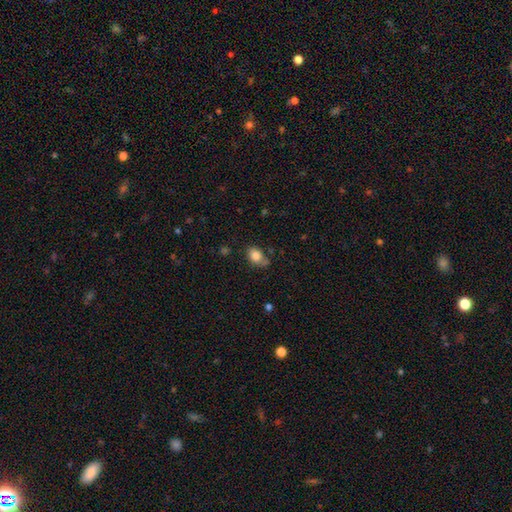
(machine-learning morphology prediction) A smooth galaxy with no disk features (83%) that is in between round and cigar-shaped (65%). Merging: none (65%).